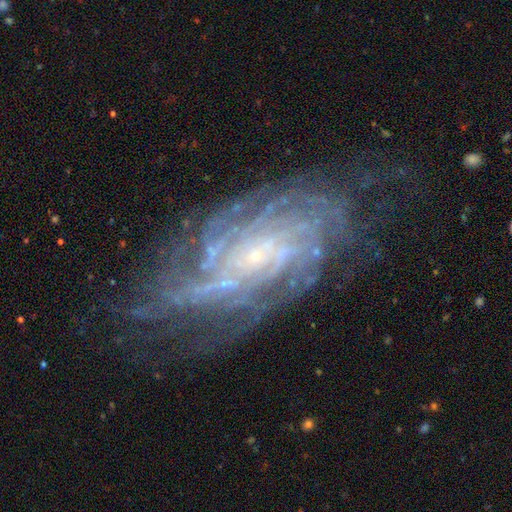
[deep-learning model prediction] A featured or disk galaxy (88%) with no bar (63%), tight (73%) spiral arms (97%) and a small central bulge (84%).

Vote fractions:
- Smooth or featured? featured or disk: 88% / star or artifact: 7% / smooth: 5%
- Edge-on disk? no: 95% / yes: 5%
- Bar? no: 63% / weak: 28% / strong: 10%
- Spiral arms? yes: 97% / no: 3%
- Spiral winding? tight: 73% / medium: 22% / loose: 5%
- Spiral arm count? can't tell: 32% / more than 4: 21% / 4: 19% / 3: 11% / 2: 10% / 1: 7%
- Bulge size? small: 84% / moderate: 10% / none: 4% / large: 1% / dominant: 1%
- Merging? none: 72% / minor disturbance: 18% / major disturbance: 8% / merger: 2%